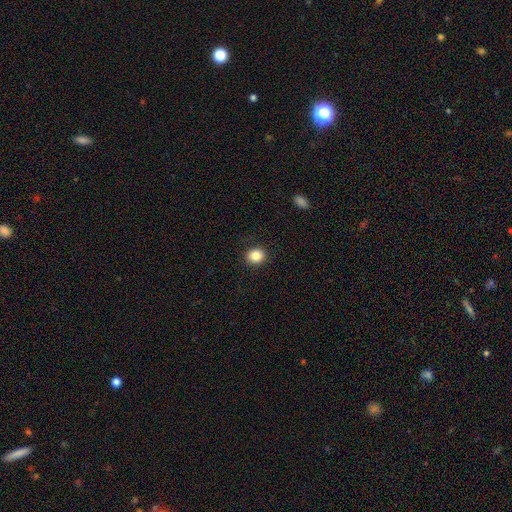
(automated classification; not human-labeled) Overall: smooth (85%). How rounded: round (76%). Merging: none (90%).